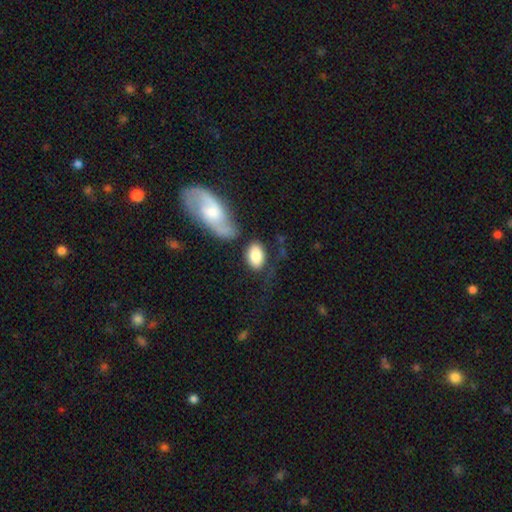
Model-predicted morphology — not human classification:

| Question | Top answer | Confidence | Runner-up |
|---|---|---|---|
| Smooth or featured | smooth | 82% | featured or disk (12%) |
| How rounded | in between | 87% | round (11%) |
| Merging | none | 50% | merger (19%) |